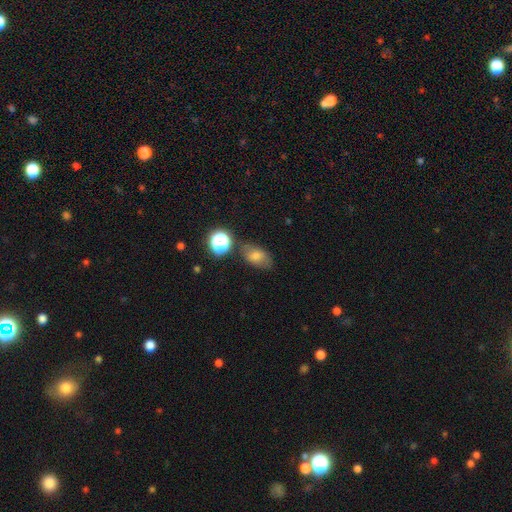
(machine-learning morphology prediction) Smooth or featured? smooth (59%)
How rounded? in between (76%)
Merging? none (67%)